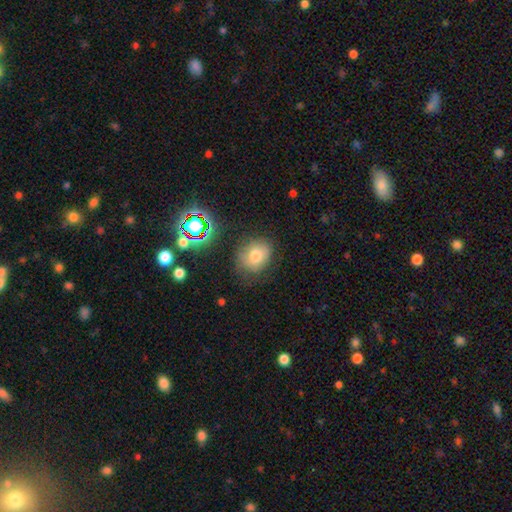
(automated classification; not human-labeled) This appears to be a smooth galaxy with no disk features (72%) that is round (57%). Merging: none (70%).